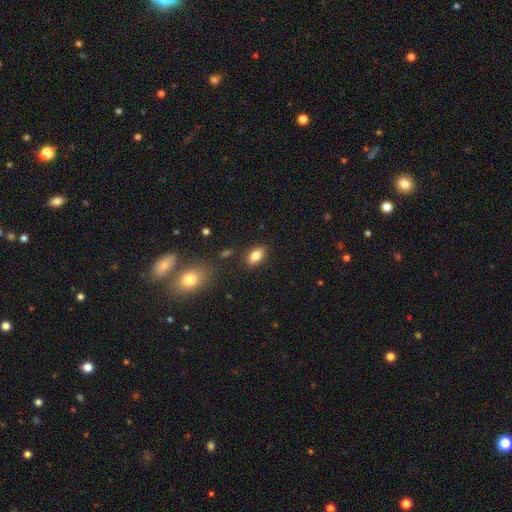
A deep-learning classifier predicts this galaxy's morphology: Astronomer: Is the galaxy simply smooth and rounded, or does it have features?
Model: smooth — 83%.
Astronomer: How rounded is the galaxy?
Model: in between — 88%.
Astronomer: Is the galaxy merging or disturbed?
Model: none — 85%.